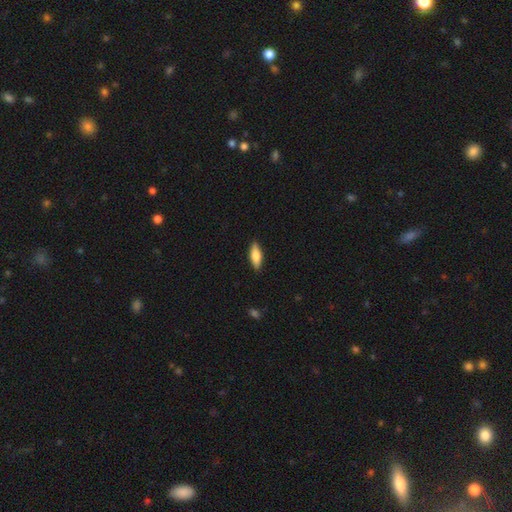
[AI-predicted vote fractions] The model was most divided on "how rounded": in between: 60%, cigar-shaped: 38%, round: 2%. More confident: merging — none (88%); smooth or featured — smooth (70%).